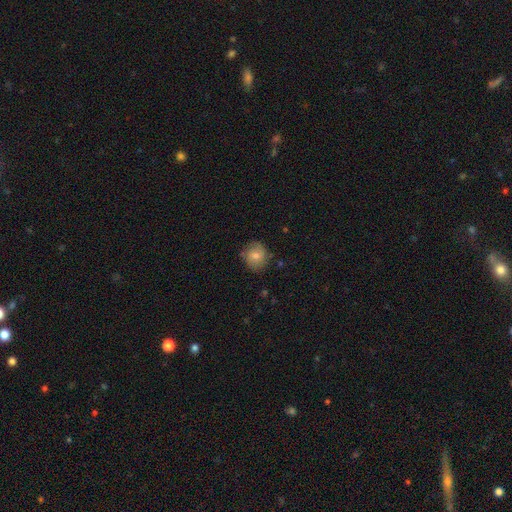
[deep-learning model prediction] A smooth galaxy with no disk features (72%) that is round (82%). Merging: none (77%).